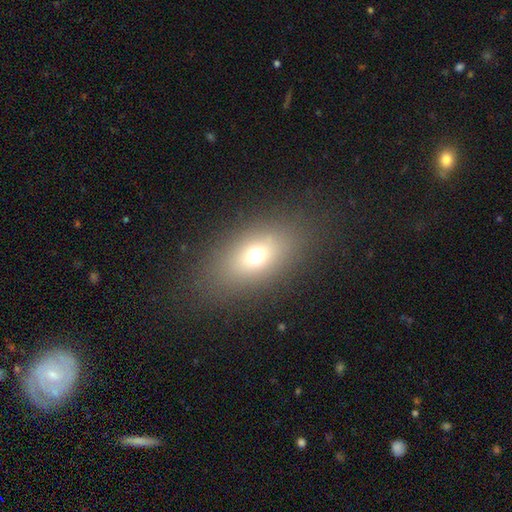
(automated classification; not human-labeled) smooth-or-featured: smooth: 67% | featured or disk: 17% | star or artifact: 15%
  how-rounded: in between: 79% | round: 16% | cigar-shaped: 5%
  merging: none: 84% | minor disturbance: 10% | major disturbance: 6% | merger: 1%